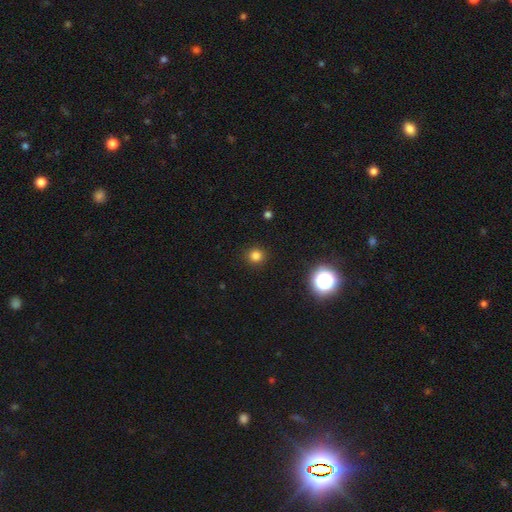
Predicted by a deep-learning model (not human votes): smooth 79%, star or artifact 16%, featured or disk 4%. Down the decision tree: how rounded — round (92%); merging — none (91%).